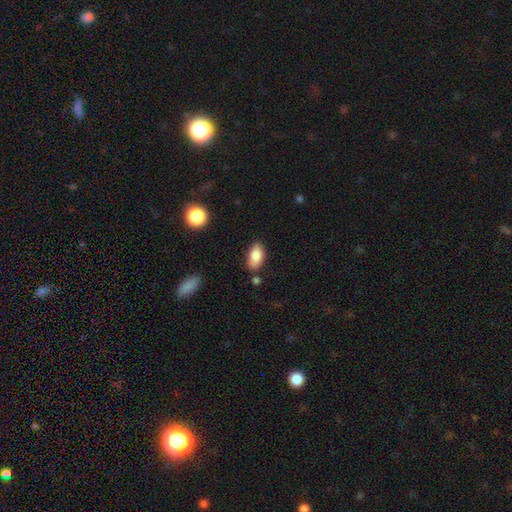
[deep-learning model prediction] This appears to be a smooth galaxy with no disk features (85%) that is in between round and cigar-shaped (93%). Merging: none (81%).